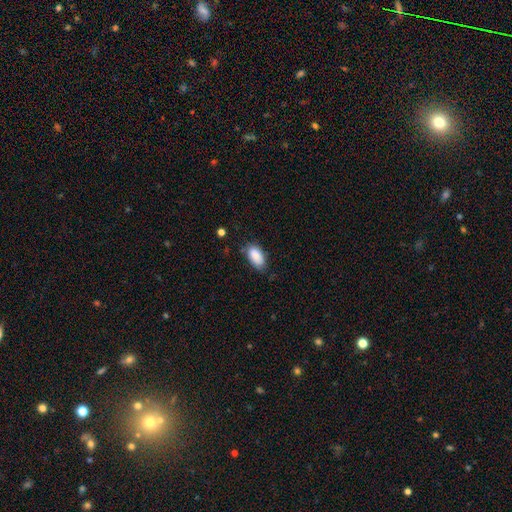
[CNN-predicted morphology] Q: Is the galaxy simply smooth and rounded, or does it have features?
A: smooth — 86%.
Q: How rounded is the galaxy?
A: in between — 94%.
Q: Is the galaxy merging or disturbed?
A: none — 65%.